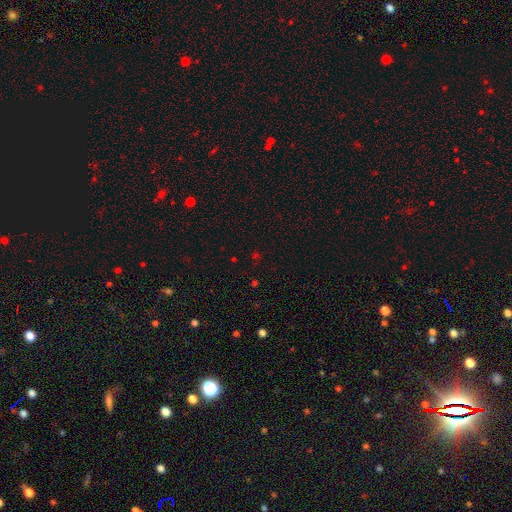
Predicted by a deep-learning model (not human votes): Smooth or featured? star or artifact (61%)